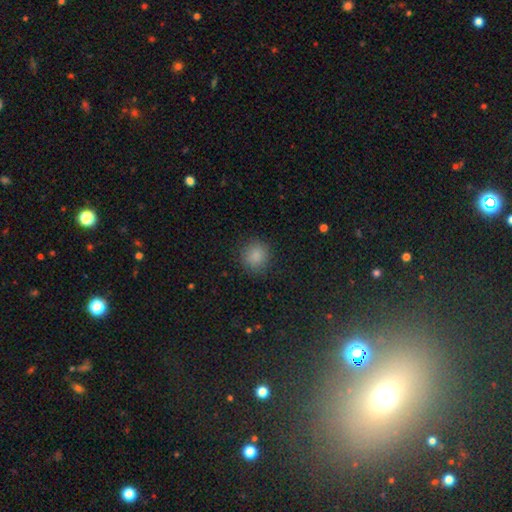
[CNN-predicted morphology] Q: Smooth or featured?
A: smooth (86%); runner-up: star or artifact (10%)
Q: How rounded?
A: round (90%); runner-up: in between (9%)
Q: Merging?
A: none (88%); runner-up: minor disturbance (8%)